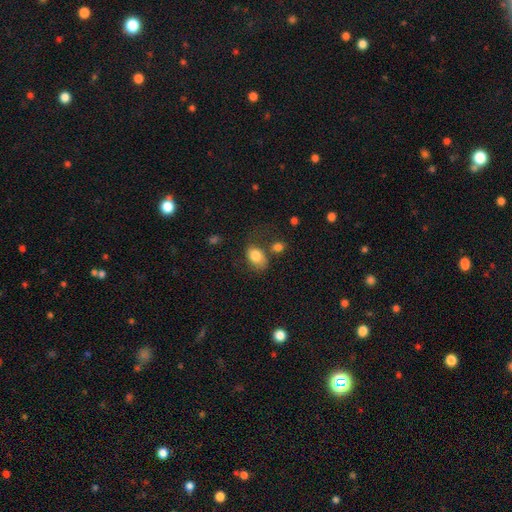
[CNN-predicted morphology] Smooth or featured: smooth — 82% (featured or disk — 10%)
How rounded: in between — 77% (round — 22%)
Merging: none — 53% (minor disturbance — 22%)